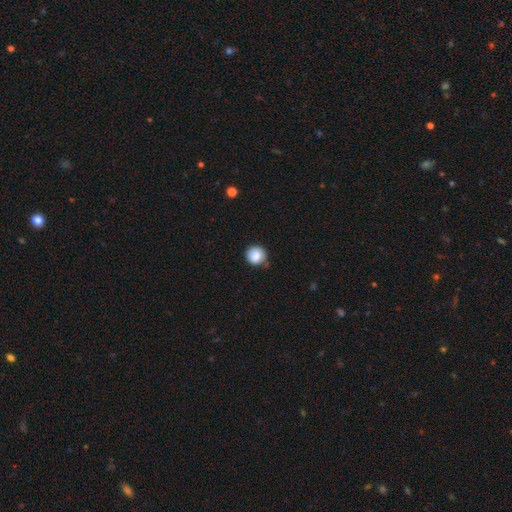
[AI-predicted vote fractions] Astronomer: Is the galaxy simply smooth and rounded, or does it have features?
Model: smooth — 86%.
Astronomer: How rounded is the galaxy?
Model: round — 93%.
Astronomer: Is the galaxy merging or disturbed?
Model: none — 74%.